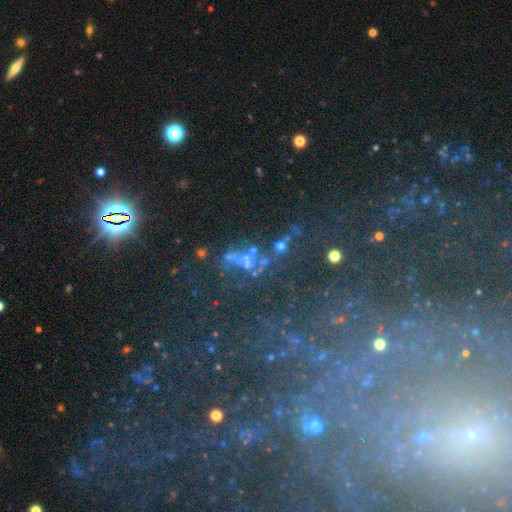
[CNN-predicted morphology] Smooth or featured? star or artifact (48%)